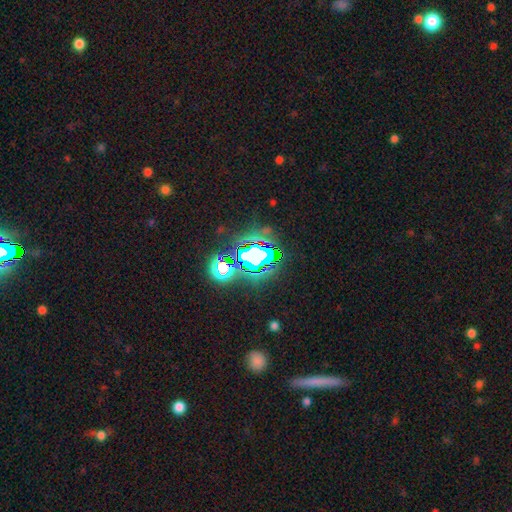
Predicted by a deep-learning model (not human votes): Q: Smooth or featured?
A: star or artifact (67%); runner-up: smooth (19%)